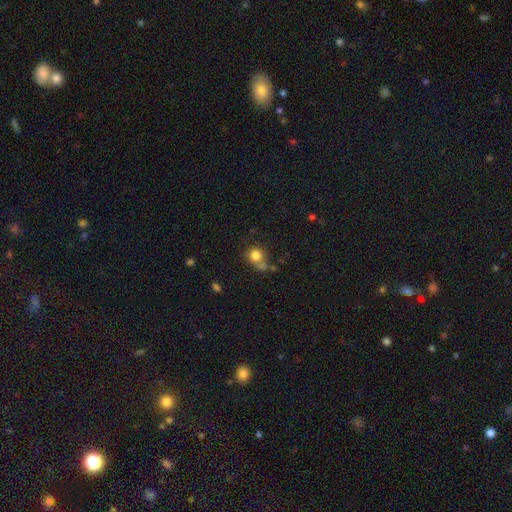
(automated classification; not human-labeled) Overall: smooth (80%). How rounded: round (86%). Merging: none (52%; merger 23%).